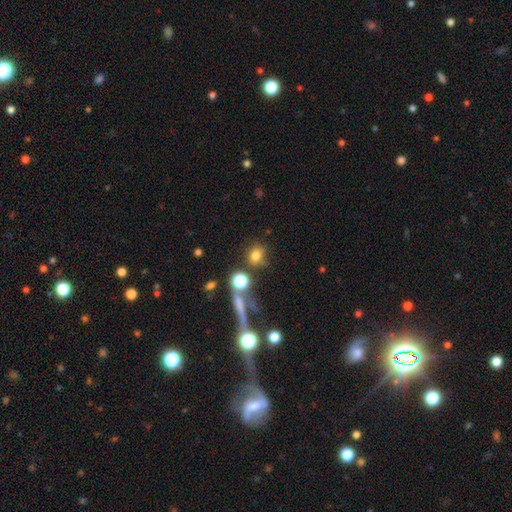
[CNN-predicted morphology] smooth_or_featured: smooth (p=0.72) [alt: star or artifact p=0.17]
how_rounded: round (p=0.74) [alt: in between p=0.23]
merging: none (p=0.66) [alt: merger p=0.13]